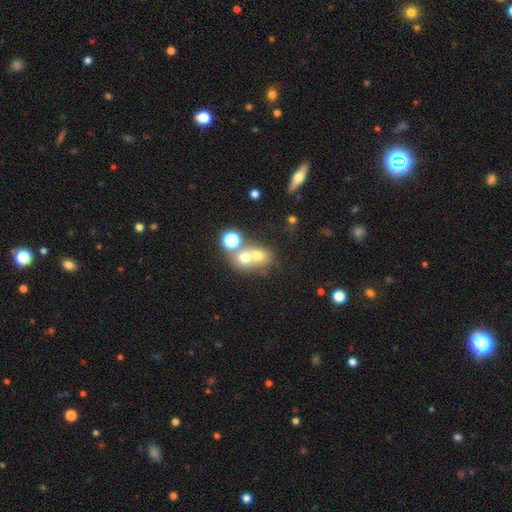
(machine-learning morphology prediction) Smooth or featured: smooth — 60% (featured or disk — 23%)
How rounded: round — 67% (in between — 31%)
Merging: merger — 59% (none — 29%)